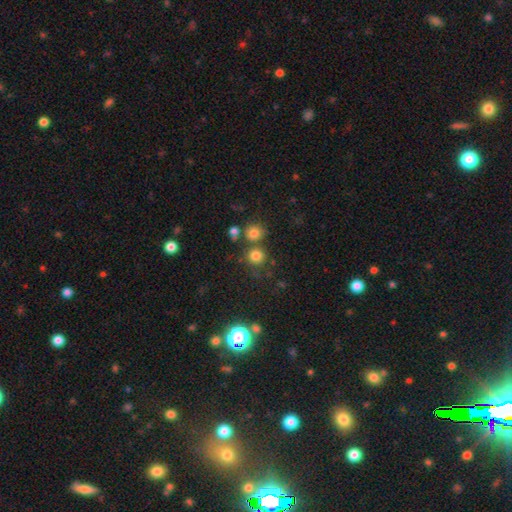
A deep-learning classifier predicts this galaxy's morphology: This is likely a smooth galaxy (77%). How rounded: clearly round (88%). Merging: likely none (69%).